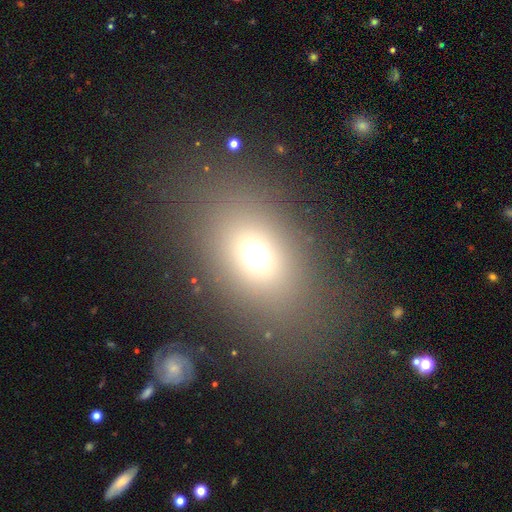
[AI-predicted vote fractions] The model was most divided on "how rounded": in between: 64%, round: 35%, cigar-shaped: 2%. More confident: merging — none (79%); smooth or featured — smooth (67%).